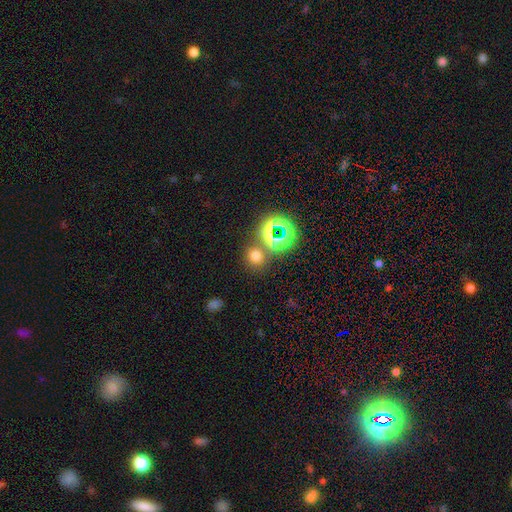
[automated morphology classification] Q: Smooth or featured?
A: smooth (64%); runner-up: star or artifact (30%)
Q: How rounded?
A: round (84%); runner-up: in between (15%)
Q: Merging?
A: none (74%); runner-up: merger (14%)